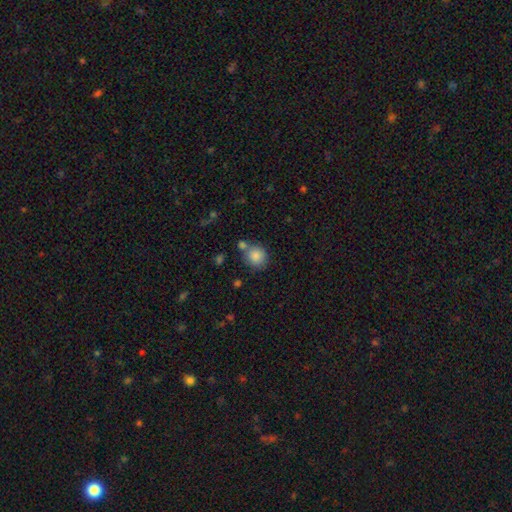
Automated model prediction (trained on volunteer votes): Overall: smooth (86%). How rounded: round (88%). Merging: none (69%).